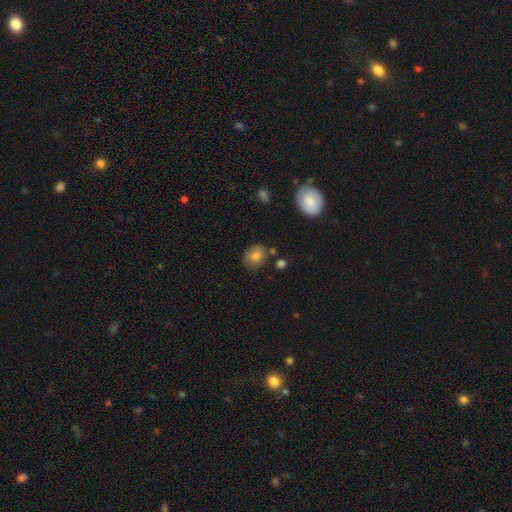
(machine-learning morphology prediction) The model was most divided on "how rounded": round: 56%, in between: 43%, cigar-shaped: 1%. More confident: smooth or featured — smooth (77%); merging — none (73%).